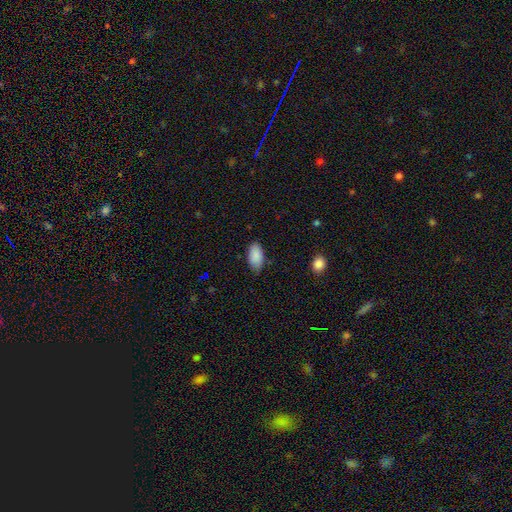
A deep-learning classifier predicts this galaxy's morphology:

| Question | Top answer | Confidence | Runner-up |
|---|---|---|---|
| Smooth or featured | smooth | 89% | star or artifact (7%) |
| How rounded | in between | 94% | cigar-shaped (3%) |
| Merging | none | 79% | minor disturbance (17%) |